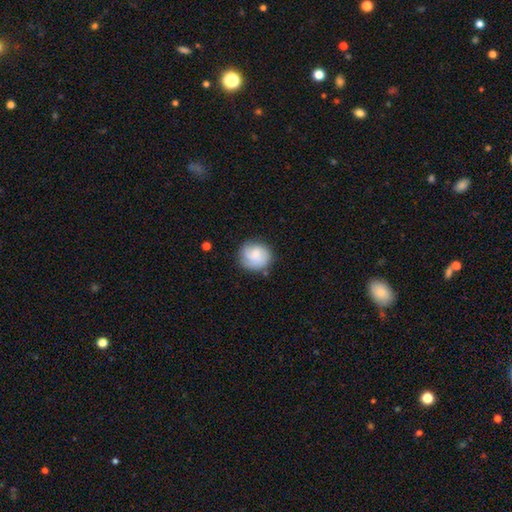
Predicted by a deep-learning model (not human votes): Overall: smooth (65%; featured or disk 28%). How rounded: round (85%). Merging: none (71%).